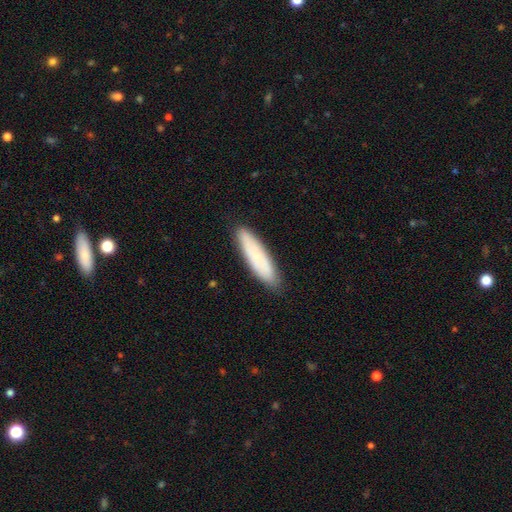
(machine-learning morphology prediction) Smooth or featured? Predicted: smooth (p=0.73). How rounded? Predicted: cigar-shaped (p=0.73). Merging? Predicted: none (p=0.86).